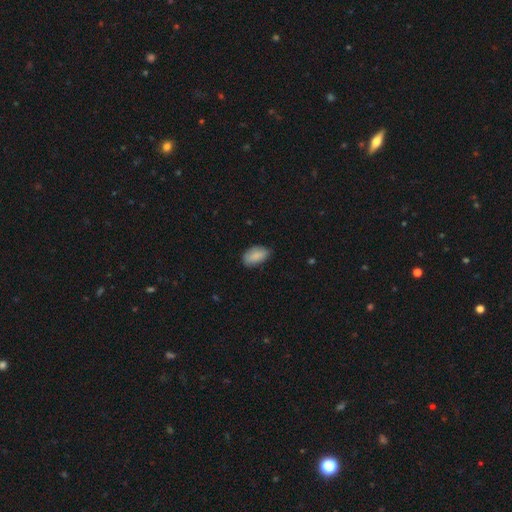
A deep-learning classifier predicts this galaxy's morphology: This is clearly a smooth galaxy (86%). How rounded: clearly in between (93%). Merging: likely none (74%).